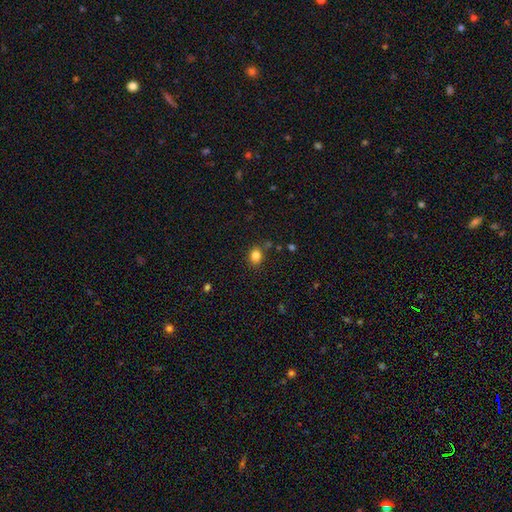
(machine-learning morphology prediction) This is clearly a smooth galaxy (83%). How rounded: possibly round (56%). Merging: likely none (80%).